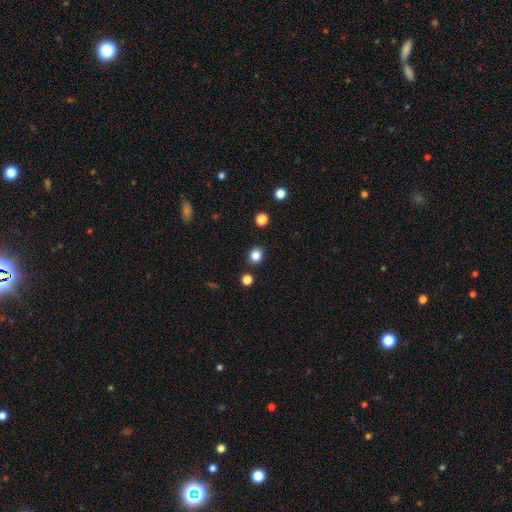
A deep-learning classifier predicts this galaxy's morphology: Smooth or featured: smooth — 84% (star or artifact — 12%)
How rounded: round — 75% (in between — 24%)
Merging: none — 89% (minor disturbance — 6%)